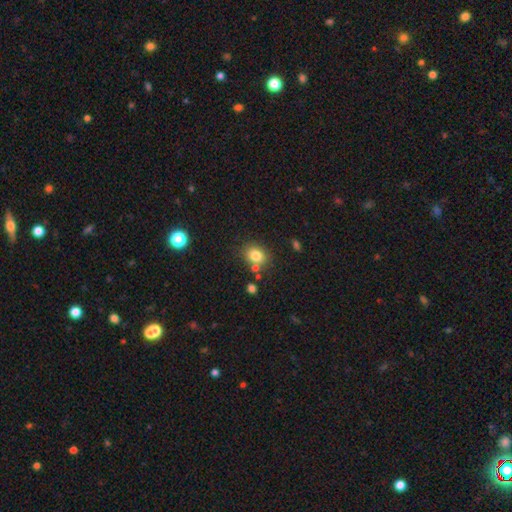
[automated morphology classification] Smooth or featured?
  - smooth: 80% *
  - star or artifact: 12%
  - featured or disk: 8%
How rounded?
  - round: 53% *
  - in between: 46%
  - cigar-shaped: 1%
Merging?
  - none: 72% *
  - minor disturbance: 12%
  - merger: 12%
  - major disturbance: 4%